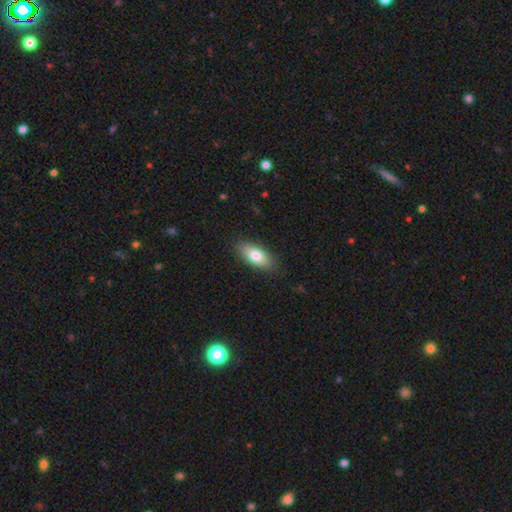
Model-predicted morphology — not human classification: A smooth galaxy with no disk features (78%) that is in between round and cigar-shaped (88%). Merging: none (86%).